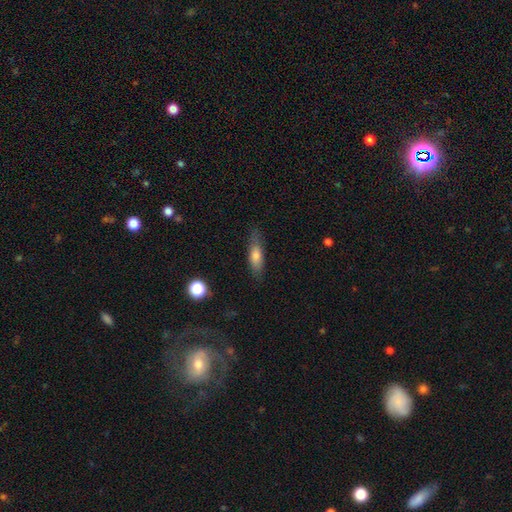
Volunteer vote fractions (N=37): This appears to be a smooth galaxy with no disk features (62%) that is cigar-shaped (61%). Merging: none (78%).